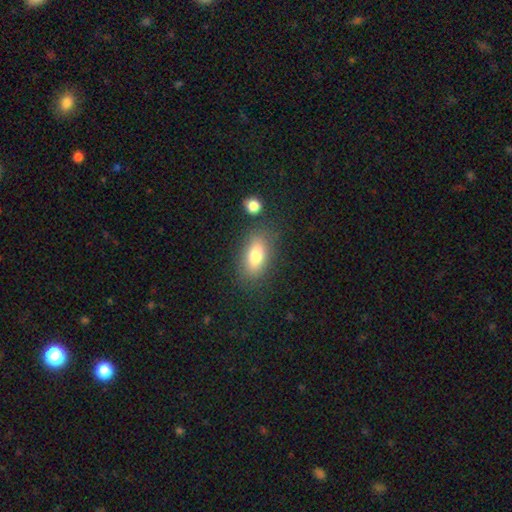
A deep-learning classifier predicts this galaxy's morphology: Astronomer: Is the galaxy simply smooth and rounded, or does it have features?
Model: smooth — 77%.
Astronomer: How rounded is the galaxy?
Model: in between — 85%.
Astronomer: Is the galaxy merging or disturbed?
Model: none — 78%.